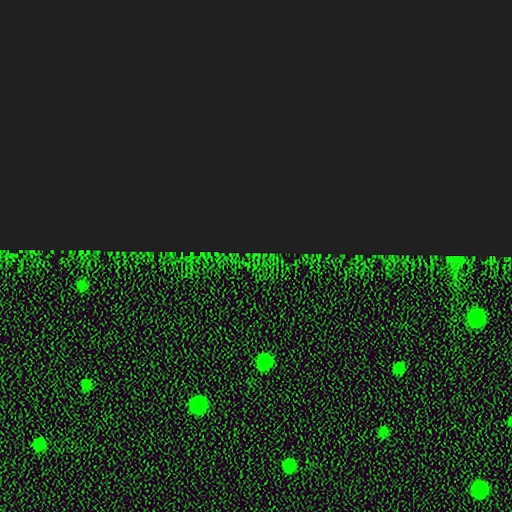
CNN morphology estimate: star or artifact 84%, smooth 8%, featured or disk 8%.